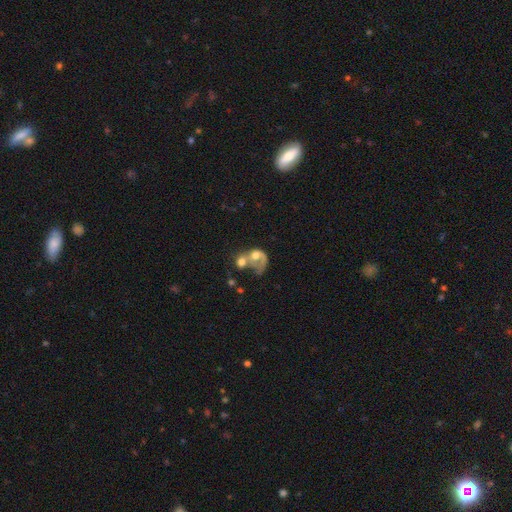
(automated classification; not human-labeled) Overall: featured or disk (48%; smooth 42%). Merging: merger (65%).